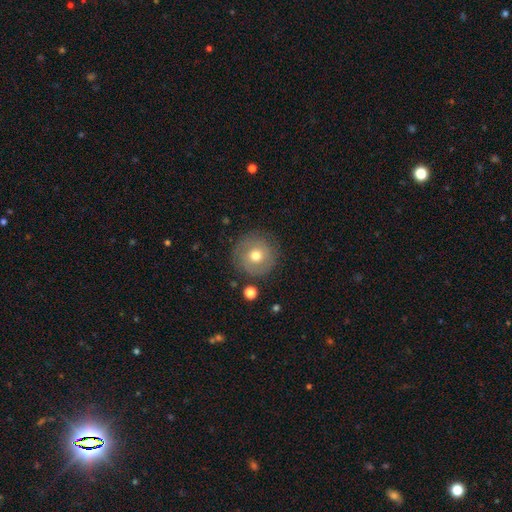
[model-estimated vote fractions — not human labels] Smooth or featured?
  - smooth: 60% *
  - featured or disk: 31%
  - star or artifact: 9%
How rounded?
  - round: 95% *
  - in between: 4%
  - cigar-shaped: 1%
Merging?
  - none: 82% *
  - minor disturbance: 12%
  - major disturbance: 4%
  - merger: 2%